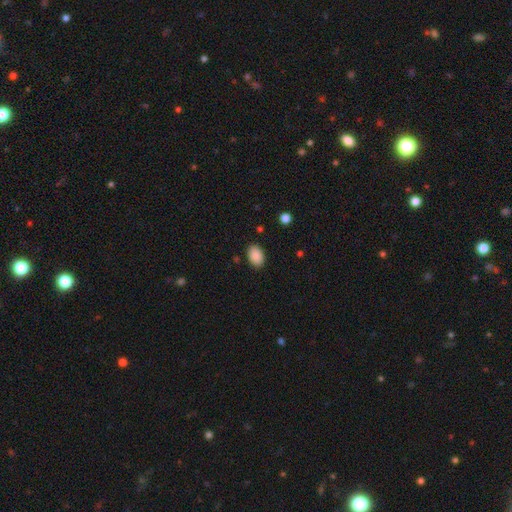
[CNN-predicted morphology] Smooth or featured?
  - smooth: 89% *
  - star or artifact: 8%
  - featured or disk: 3%
How rounded?
  - in between: 86% *
  - round: 13%
  - cigar-shaped: 1%
Merging?
  - none: 87% *
  - minor disturbance: 9%
  - major disturbance: 2%
  - merger: 1%